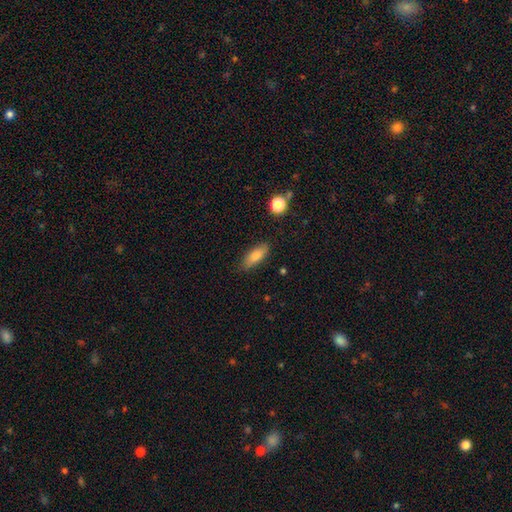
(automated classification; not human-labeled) Overall: smooth (79%). How rounded: in between (67%; cigar-shaped 30%). Merging: none (84%).